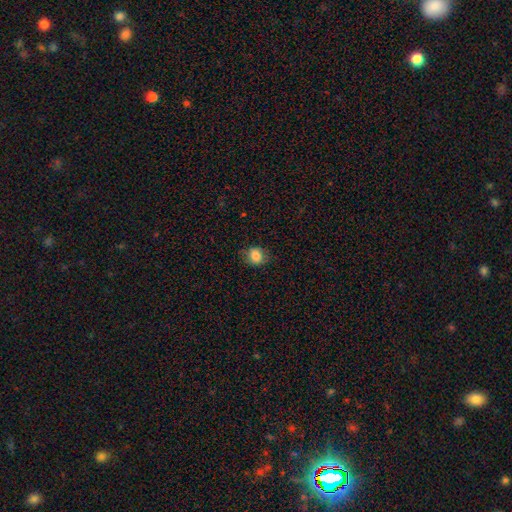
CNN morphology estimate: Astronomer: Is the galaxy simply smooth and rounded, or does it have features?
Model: smooth — 82%.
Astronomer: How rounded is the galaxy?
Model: round — 66%.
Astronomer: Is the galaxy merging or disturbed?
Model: none — 77%.